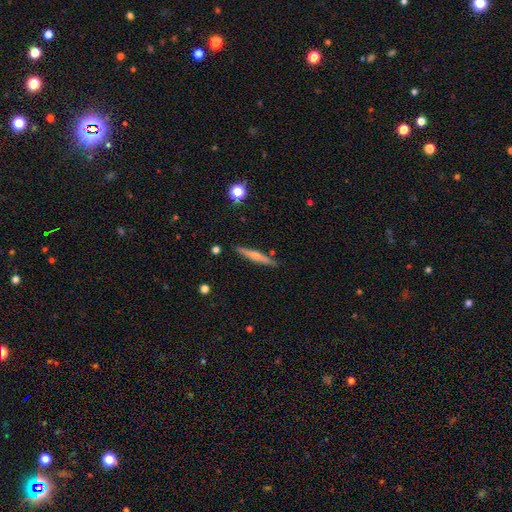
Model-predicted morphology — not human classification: smooth-or-featured: featured or disk: 51% | smooth: 43% | star or artifact: 6%
  disk-edge-on: yes: 96% | no: 4%
  merging: none: 88% | minor disturbance: 8% | merger: 2% | major disturbance: 2%